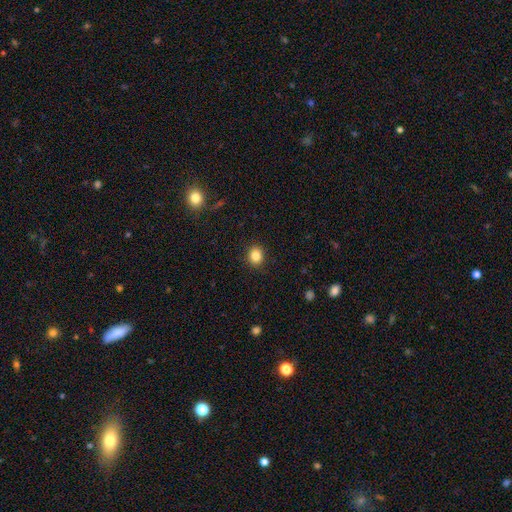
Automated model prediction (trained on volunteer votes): Morphology: type=smooth (84%); roundness=round (73%); merging=none (90%).